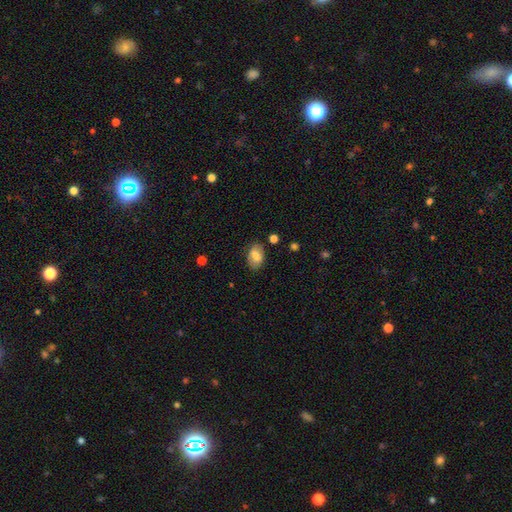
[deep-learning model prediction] Smooth or featured? smooth (71%)
How rounded? in between (88%)
Merging? none (78%)